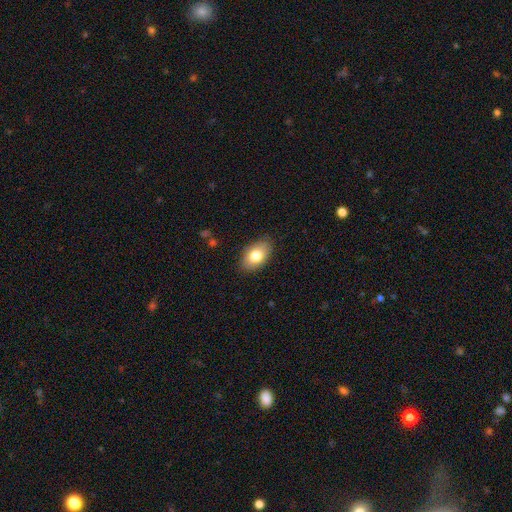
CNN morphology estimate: A smooth galaxy with no disk features (79%) that is in between round and cigar-shaped (90%). Merging: none (85%).